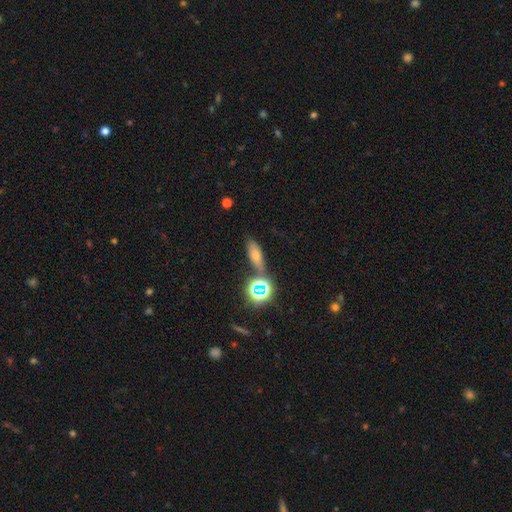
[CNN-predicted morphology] Smooth or featured? Predicted: smooth (p=0.61). How rounded? Predicted: in between (p=0.58). Merging? Predicted: none (p=0.72).